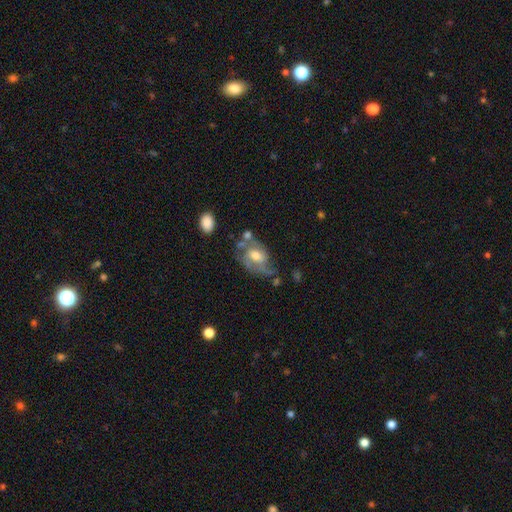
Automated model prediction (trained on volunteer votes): Smooth or featured? featured or disk (63%)
Edge-on disk? no (96%)
Bar? no (53%)
Spiral arms? yes (78%)
Bulge size? moderate (66%)
Merging? none (38%)